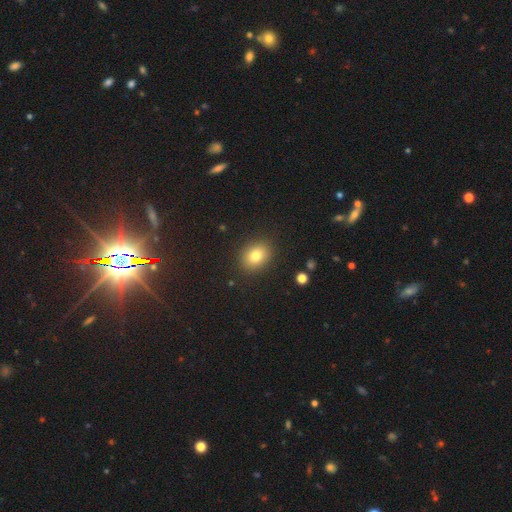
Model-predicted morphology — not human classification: smooth 80%, star or artifact 11%, featured or disk 9%. Down the decision tree: how rounded — in between (57%); merging — none (88%).